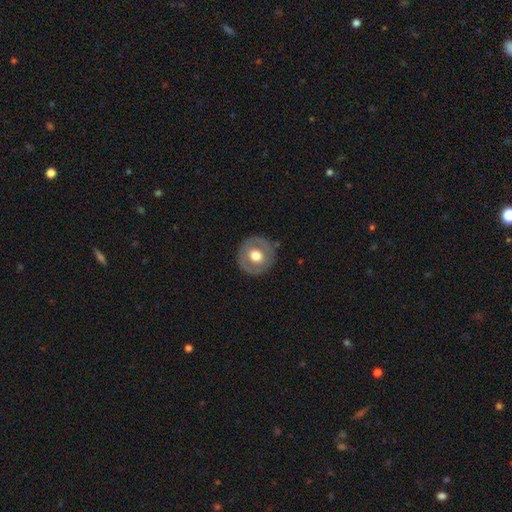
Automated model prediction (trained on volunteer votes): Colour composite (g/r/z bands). It shows a smooth galaxy with no disk features (54%) that is round (92%). Merging: none (86%).